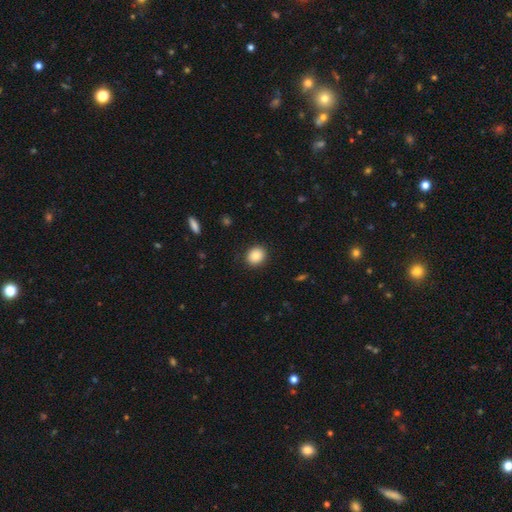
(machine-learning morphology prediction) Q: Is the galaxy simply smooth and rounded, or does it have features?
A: smooth — 85%.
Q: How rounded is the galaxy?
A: round — 69%.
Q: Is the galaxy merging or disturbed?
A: none — 88%.